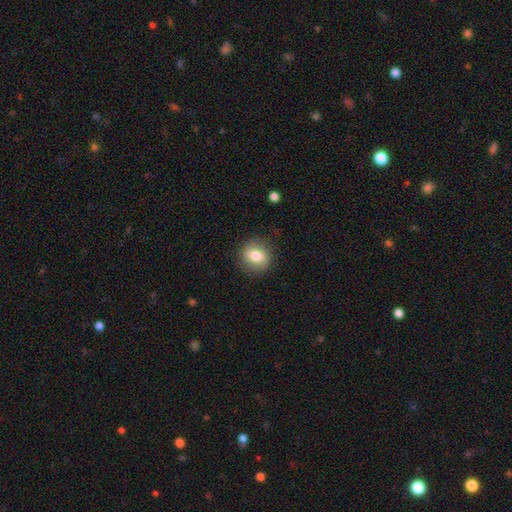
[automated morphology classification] The model was most divided on "how rounded": round: 78%, in between: 21%, cigar-shaped: 1%. More confident: merging — none (86%); smooth or featured — smooth (75%).